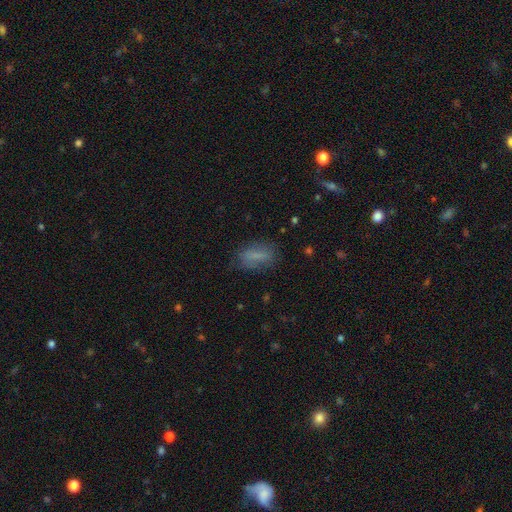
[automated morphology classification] Smooth or featured? Predicted: smooth (p=0.72). How rounded? Predicted: in between (p=0.72). Merging? Predicted: none (p=0.72).